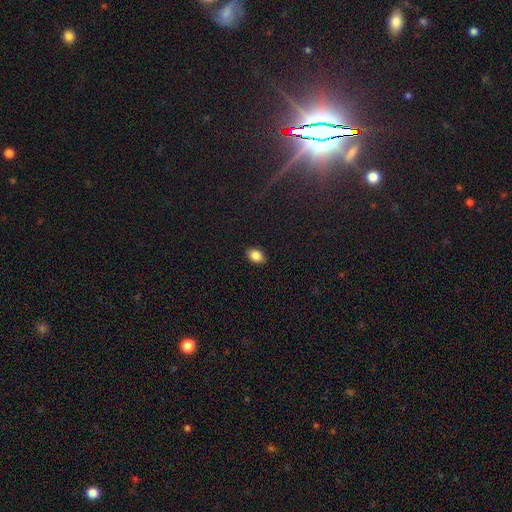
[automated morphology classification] type=smooth (84%); roundness=in between (82%); merging=none (89%).